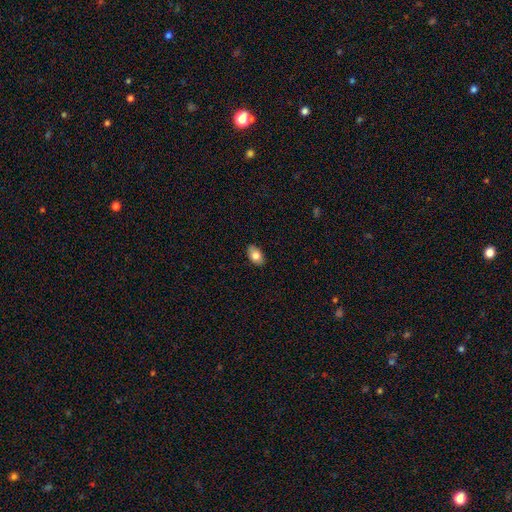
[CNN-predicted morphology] Q: Smooth or featured?
A: smooth (81%); runner-up: featured or disk (12%)
Q: How rounded?
A: in between (91%); runner-up: round (7%)
Q: Merging?
A: none (88%); runner-up: minor disturbance (9%)